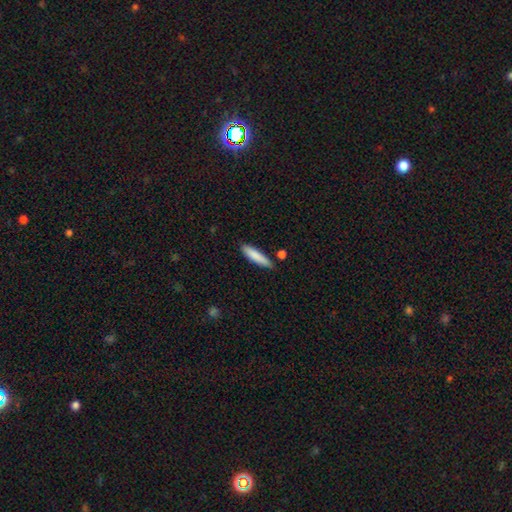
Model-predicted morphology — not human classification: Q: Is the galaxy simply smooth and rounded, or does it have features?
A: smooth — 83%.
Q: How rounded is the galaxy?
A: cigar-shaped — 80%.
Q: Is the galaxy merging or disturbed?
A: none — 80%.